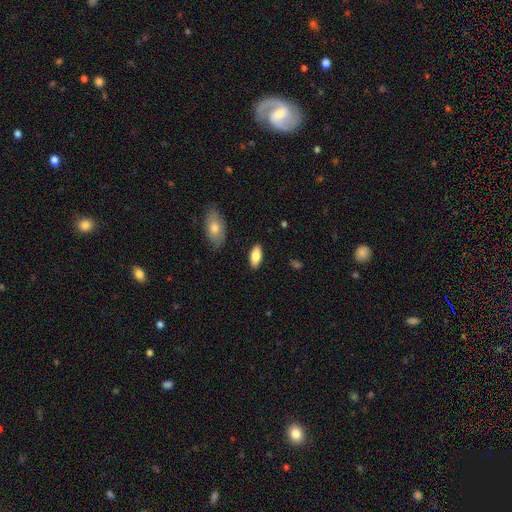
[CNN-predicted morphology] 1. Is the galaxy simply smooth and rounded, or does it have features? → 82% smooth, 11% featured or disk, 6% star or artifact.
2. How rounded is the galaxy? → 87% in between, 11% cigar-shaped, 2% round.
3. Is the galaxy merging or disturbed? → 87% none, 9% minor disturbance, 2% major disturbance, 1% merger.